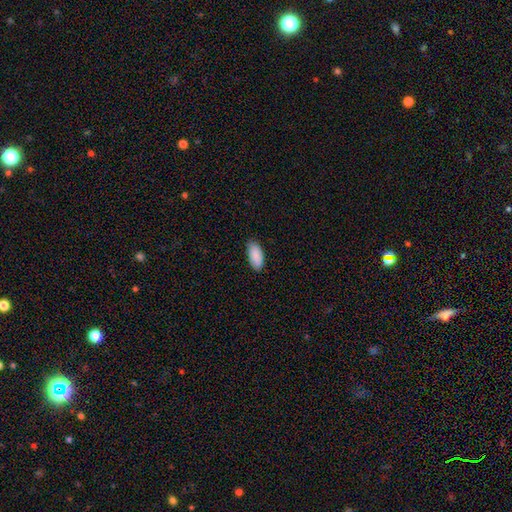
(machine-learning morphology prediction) Overall: smooth (90%). How rounded: in between (90%). Merging: none (87%).